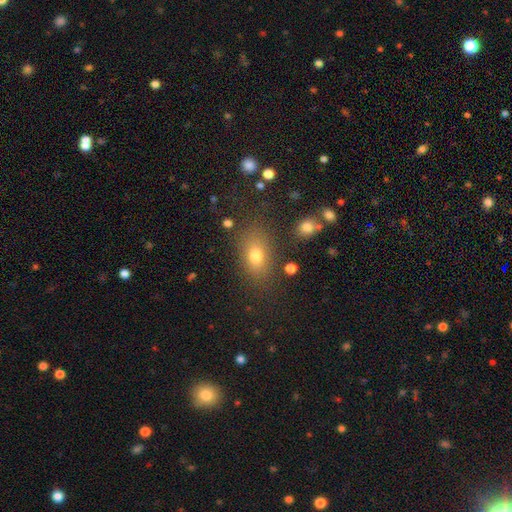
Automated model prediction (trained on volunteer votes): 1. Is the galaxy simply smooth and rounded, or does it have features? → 74% smooth, 14% star or artifact, 12% featured or disk.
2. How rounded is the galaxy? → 79% in between, 17% round, 4% cigar-shaped.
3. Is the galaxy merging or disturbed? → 76% none, 14% minor disturbance, 6% major disturbance, 4% merger.